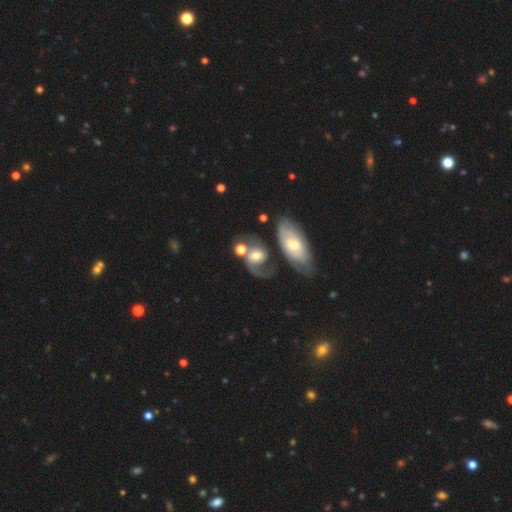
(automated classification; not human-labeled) featured or disk 60%, smooth 32%, star or artifact 8%. Down the decision tree: edge-on disk — no (95%); bar — no (59%); spiral arms — yes (76%); bulge size — moderate (58%); merging — none (36%).